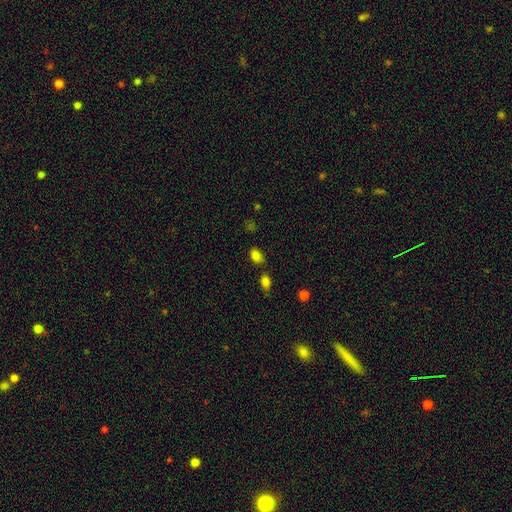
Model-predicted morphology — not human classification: smooth 83%, star or artifact 12%, featured or disk 6%. Down the decision tree: how rounded — in between (82%); merging — none (74%).